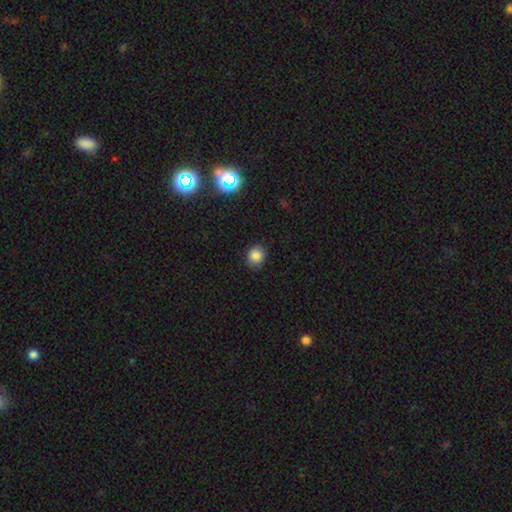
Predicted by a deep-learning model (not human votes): Smooth or featured? Predicted: smooth (p=0.83). How rounded? Predicted: round (p=0.76). Merging? Predicted: none (p=0.85).